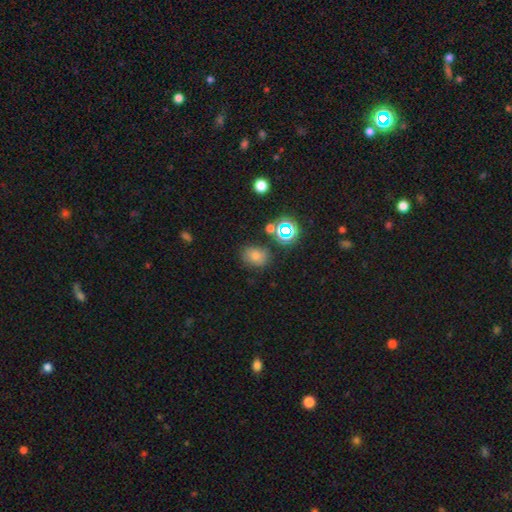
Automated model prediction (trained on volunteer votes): Smooth or featured?
  - smooth: 69% *
  - star or artifact: 21%
  - featured or disk: 10%
How rounded?
  - in between: 56% *
  - round: 43%
  - cigar-shaped: 1%
Merging?
  - none: 77% *
  - minor disturbance: 13%
  - merger: 6%
  - major disturbance: 4%